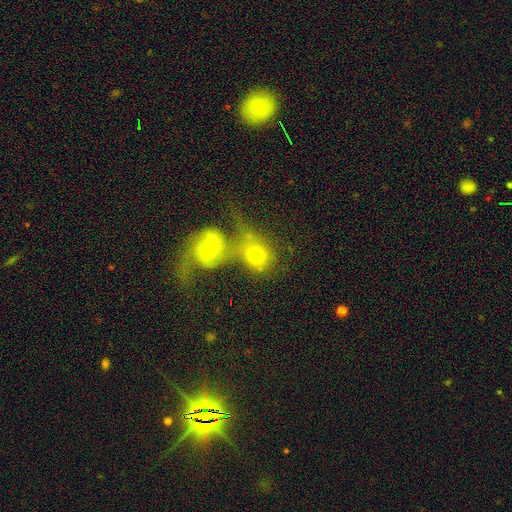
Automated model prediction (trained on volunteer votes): This appears to be a smooth galaxy with no disk features (60%) that is round (70%). Merging: merger (66%).